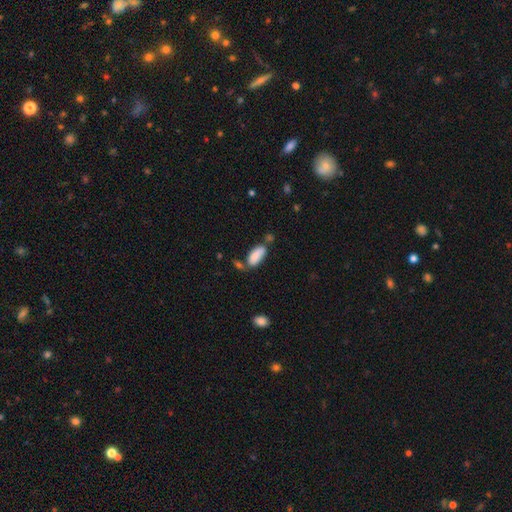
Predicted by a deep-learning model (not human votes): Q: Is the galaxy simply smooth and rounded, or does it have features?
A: smooth — 84%.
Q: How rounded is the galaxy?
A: in between — 84%.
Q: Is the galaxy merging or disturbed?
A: none — 52%.